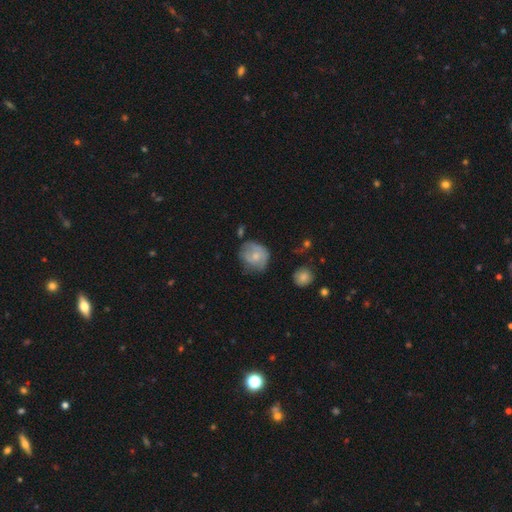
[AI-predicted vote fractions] Q: Smooth or featured?
A: smooth (58%); runner-up: featured or disk (35%)
Q: How rounded?
A: round (71%); runner-up: in between (28%)
Q: Merging?
A: none (52%); runner-up: minor disturbance (32%)